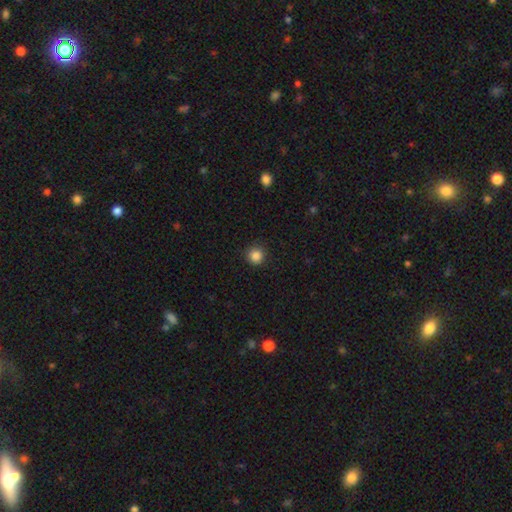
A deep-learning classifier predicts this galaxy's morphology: This is clearly a smooth galaxy (86%). How rounded: clearly round (94%). Merging: clearly none (90%).